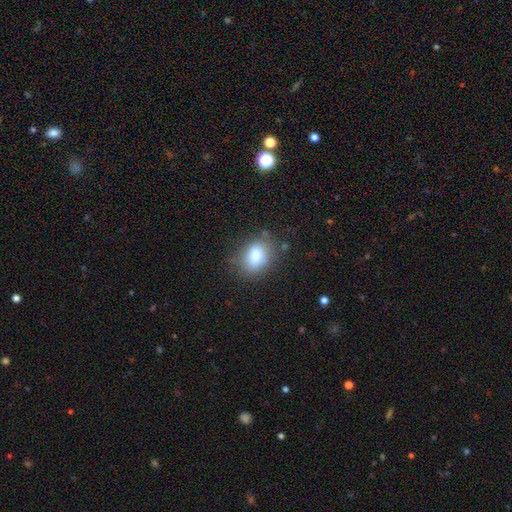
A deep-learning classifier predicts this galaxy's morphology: smooth 80%, featured or disk 11%, star or artifact 9%. Down the decision tree: how rounded — in between (74%); merging — none (71%).